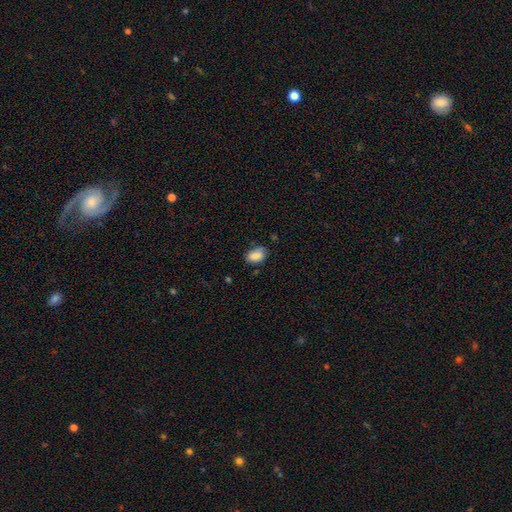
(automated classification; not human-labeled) smooth-or-featured: smooth: 80% | featured or disk: 11% | star or artifact: 9%
  how-rounded: in between: 85% | round: 12% | cigar-shaped: 2%
  merging: none: 64% | minor disturbance: 26% | major disturbance: 6% | merger: 3%